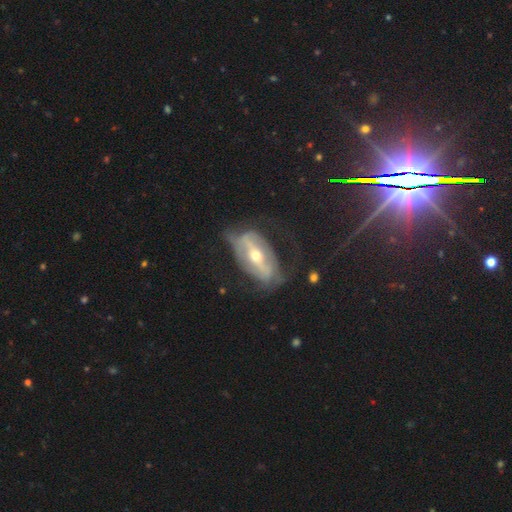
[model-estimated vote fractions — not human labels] The model was most divided on "bulge size": moderate: 52%, small: 44%, large: 2%, dominant: 1%, none: 1%. More confident: edge-on disk — no (86%); smooth or featured — featured or disk (79%); spiral arms — yes (66%); bar — strong (60%); merging — none (53%).